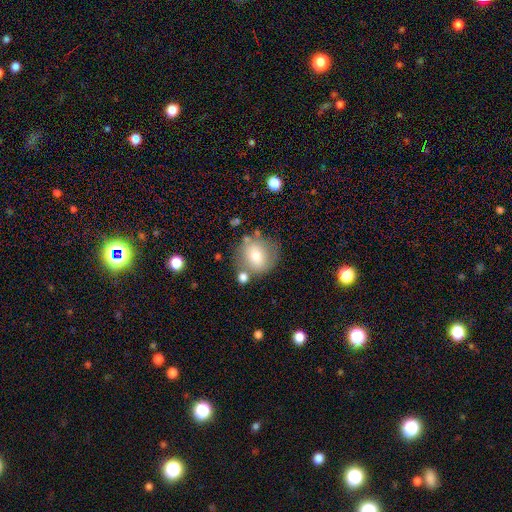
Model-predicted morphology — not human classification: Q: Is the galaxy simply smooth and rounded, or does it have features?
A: smooth — 69%.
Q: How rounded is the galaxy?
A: round — 83%.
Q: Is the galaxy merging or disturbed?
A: none — 67%.